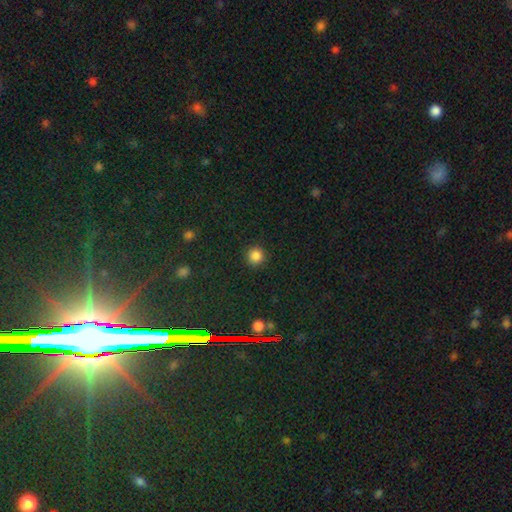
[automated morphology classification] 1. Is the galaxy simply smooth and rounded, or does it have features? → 85% smooth, 11% star or artifact, 3% featured or disk.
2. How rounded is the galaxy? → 94% round, 5% in between, 1% cigar-shaped.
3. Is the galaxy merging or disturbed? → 91% none, 6% minor disturbance, 2% major disturbance, 1% merger.